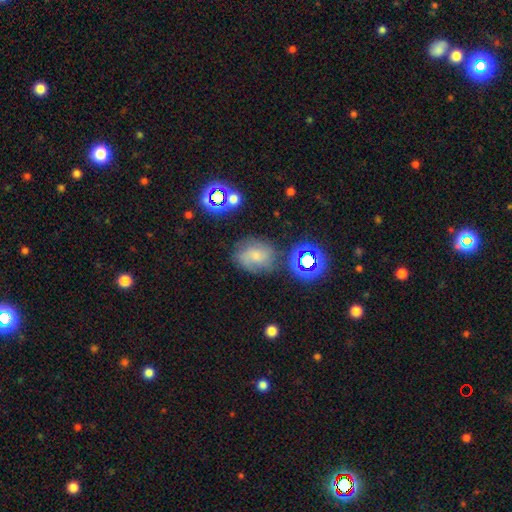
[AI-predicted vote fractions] Smooth or featured? Predicted: smooth (p=0.41). Merging? Predicted: none (p=0.63).